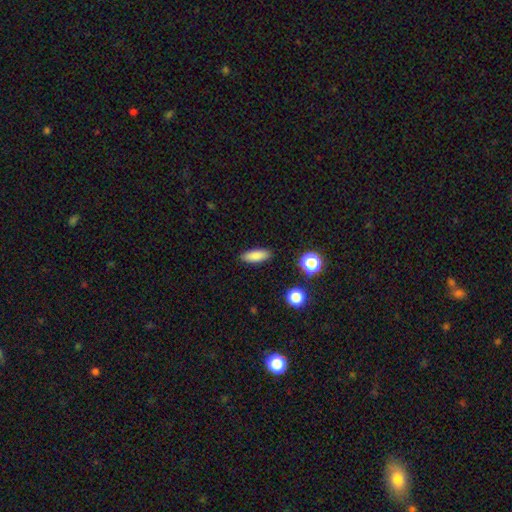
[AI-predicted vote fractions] Morphology: type=smooth (85%); roundness=in between (68%); merging=none (89%).